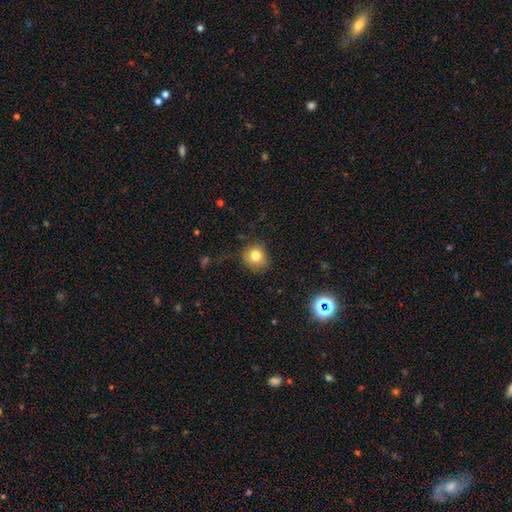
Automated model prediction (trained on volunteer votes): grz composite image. It shows a smooth galaxy with no disk features (79%) that is round (83%). Merging: none (78%).